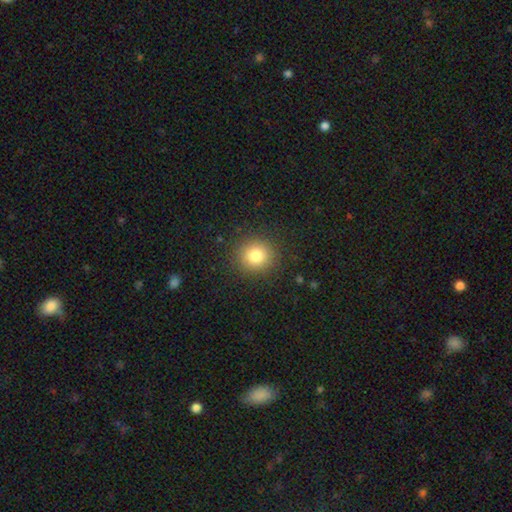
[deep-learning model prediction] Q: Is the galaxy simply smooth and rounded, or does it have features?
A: smooth — 81%.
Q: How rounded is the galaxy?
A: round — 89%.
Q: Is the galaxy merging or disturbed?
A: none — 90%.